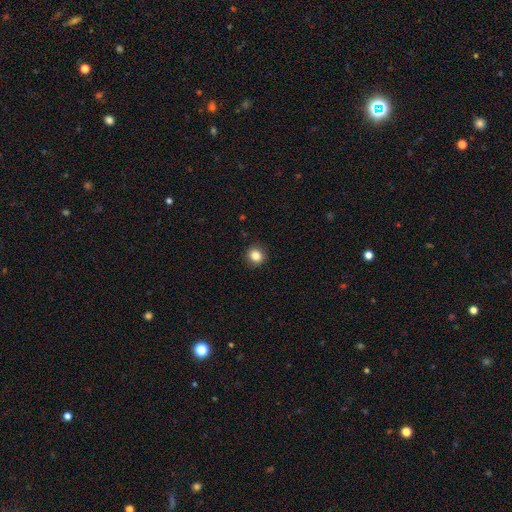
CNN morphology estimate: Smooth or featured?
  - smooth: 85% *
  - star or artifact: 11%
  - featured or disk: 5%
How rounded?
  - round: 81% *
  - in between: 18%
  - cigar-shaped: 1%
Merging?
  - none: 91% *
  - minor disturbance: 6%
  - major disturbance: 2%
  - merger: 1%